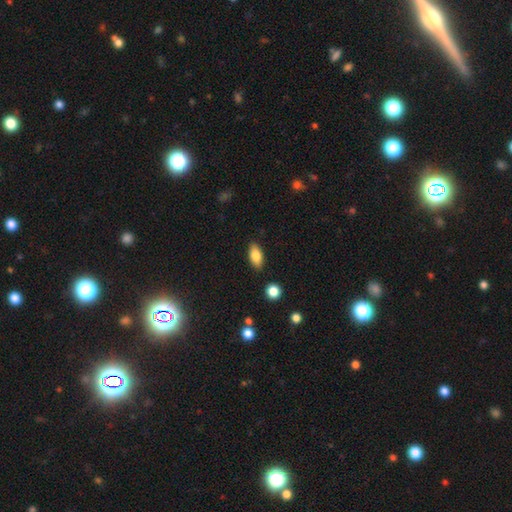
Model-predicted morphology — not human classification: This appears to be a smooth galaxy with no disk features (81%) that is in between round and cigar-shaped (89%). Merging: none (87%).